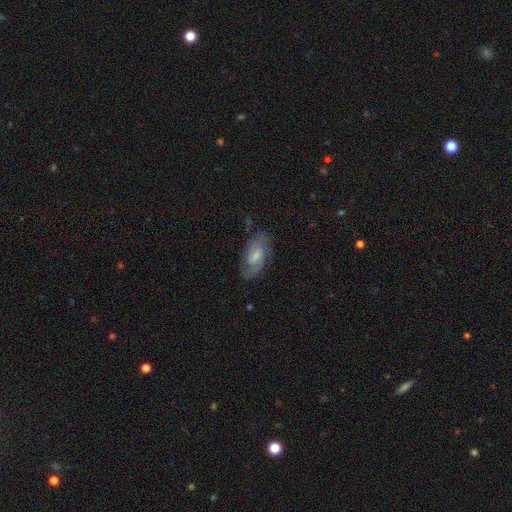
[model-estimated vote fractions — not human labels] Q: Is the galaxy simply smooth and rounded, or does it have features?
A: featured or disk — 73%.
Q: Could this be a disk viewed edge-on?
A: no — 95%.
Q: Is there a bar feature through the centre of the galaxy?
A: weak — 53%.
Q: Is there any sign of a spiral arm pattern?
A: yes — 93%.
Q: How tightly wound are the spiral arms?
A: medium — 49%.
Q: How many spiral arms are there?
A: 2 — 80%.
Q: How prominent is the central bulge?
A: small — 46%.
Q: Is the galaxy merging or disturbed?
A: none — 78%.